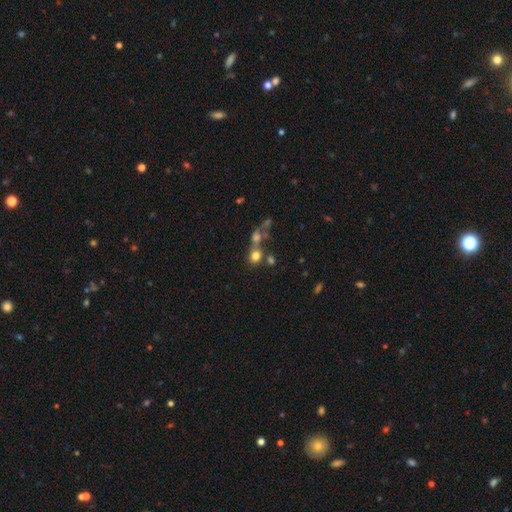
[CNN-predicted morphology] Smooth or featured? smooth (71%)
How rounded? round (75%)
Merging? merger (44%)